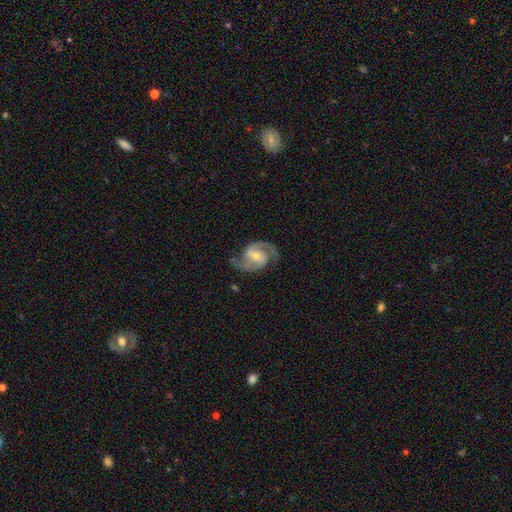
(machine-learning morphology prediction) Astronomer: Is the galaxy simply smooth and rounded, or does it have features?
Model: featured or disk — 92%.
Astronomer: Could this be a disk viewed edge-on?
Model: no — 98%.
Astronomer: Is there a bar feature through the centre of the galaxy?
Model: weak — 46% (runner-up: no, 30%).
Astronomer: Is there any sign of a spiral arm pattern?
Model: yes — 98%.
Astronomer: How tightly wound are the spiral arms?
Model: medium — 61%.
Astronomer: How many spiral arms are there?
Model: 2 — 94%.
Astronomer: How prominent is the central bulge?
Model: moderate — 48% (runner-up: small, 47%).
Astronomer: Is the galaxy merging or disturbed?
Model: none — 81%.